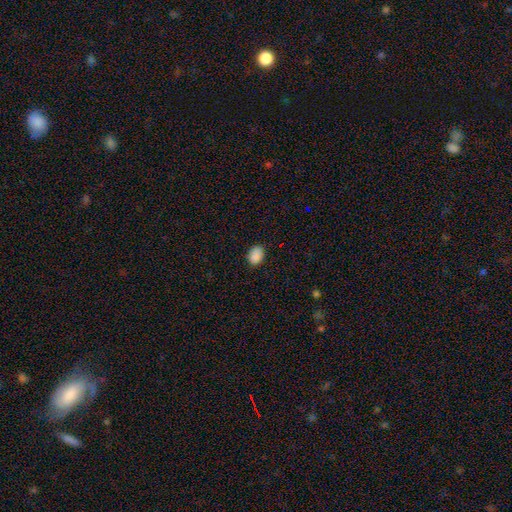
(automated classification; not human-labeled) Smooth or featured: smooth — 88% (star or artifact — 9%)
How rounded: in between — 72% (round — 27%)
Merging: none — 82% (minor disturbance — 14%)